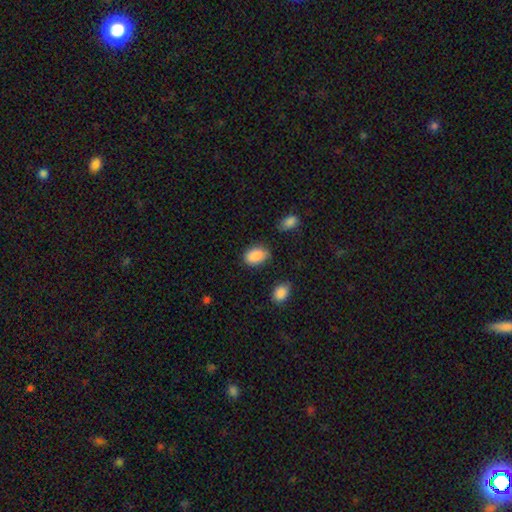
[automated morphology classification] Overall: smooth (88%). How rounded: in between (85%). Merging: none (70%).